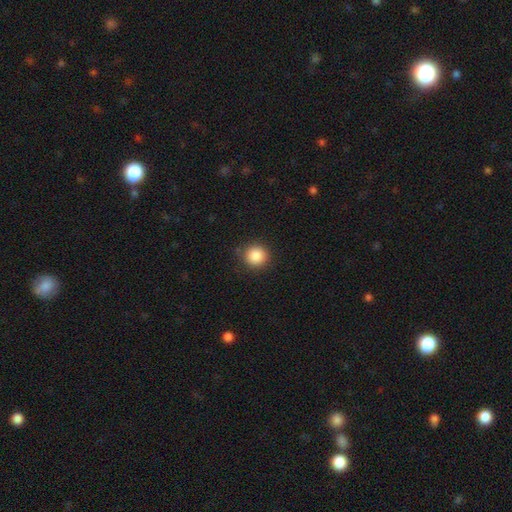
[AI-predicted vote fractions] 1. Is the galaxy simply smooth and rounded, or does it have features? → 86% smooth, 10% star or artifact, 4% featured or disk.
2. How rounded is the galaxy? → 93% round, 6% in between, 1% cigar-shaped.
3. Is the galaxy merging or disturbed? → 88% none, 8% minor disturbance, 2% major disturbance, 1% merger.